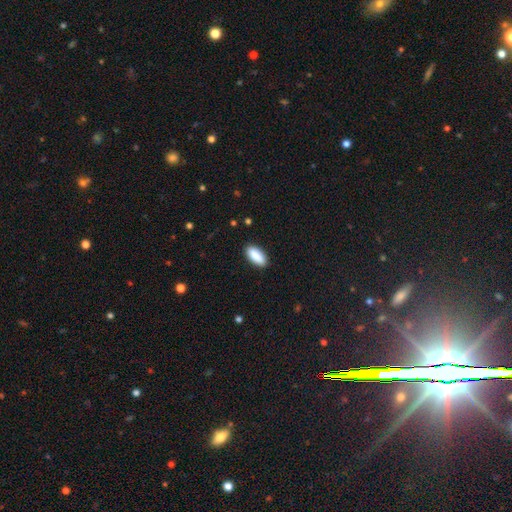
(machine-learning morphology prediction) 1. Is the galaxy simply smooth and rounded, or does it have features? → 90% smooth, 6% star or artifact, 4% featured or disk.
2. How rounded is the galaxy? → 89% in between, 9% cigar-shaped, 2% round.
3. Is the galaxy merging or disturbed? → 89% none, 9% minor disturbance, 2% major disturbance, 1% merger.